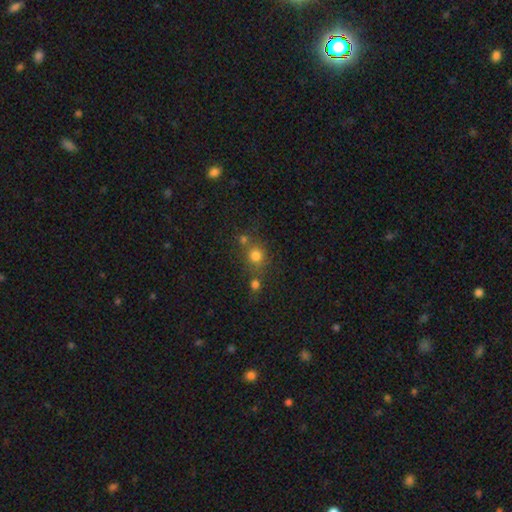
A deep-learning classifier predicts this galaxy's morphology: Smooth or featured: smooth — 76% (star or artifact — 16%)
How rounded: round — 86% (in between — 13%)
Merging: none — 57% (merger — 27%)